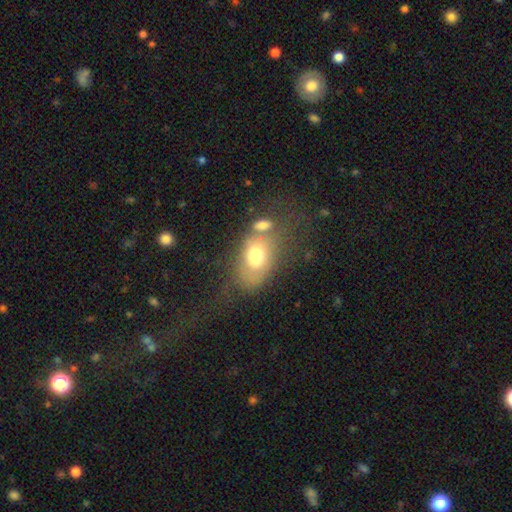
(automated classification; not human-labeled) A smooth galaxy with no disk features (65%) that is in between round and cigar-shaped (85%). Merging: none (39%).